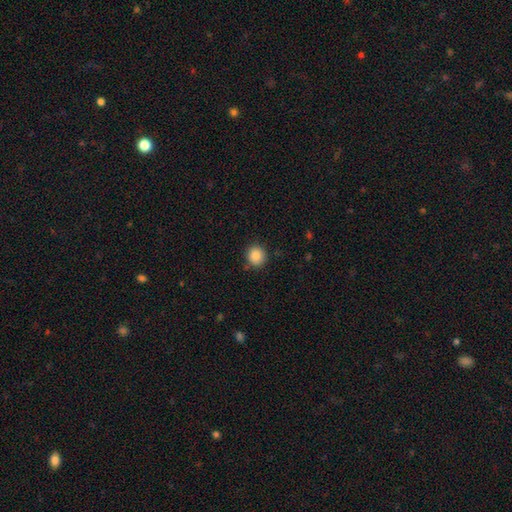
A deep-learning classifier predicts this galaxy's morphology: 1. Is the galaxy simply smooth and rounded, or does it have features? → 87% smooth, 10% star or artifact, 4% featured or disk.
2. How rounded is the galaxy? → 89% round, 10% in between, 1% cigar-shaped.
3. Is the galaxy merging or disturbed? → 88% none, 8% minor disturbance, 2% major disturbance, 2% merger.